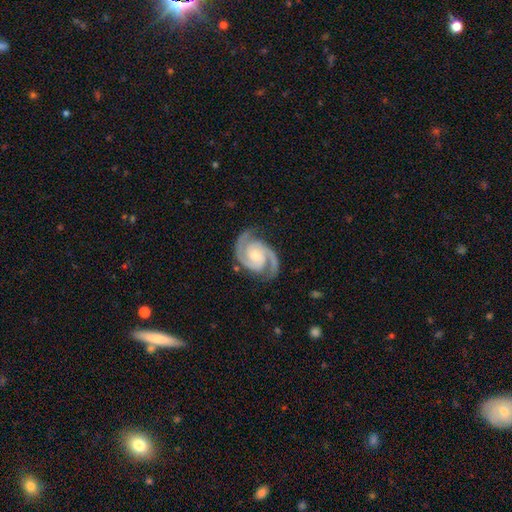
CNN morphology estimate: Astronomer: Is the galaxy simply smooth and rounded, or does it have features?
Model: featured or disk — 94%.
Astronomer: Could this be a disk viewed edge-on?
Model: no — 98%.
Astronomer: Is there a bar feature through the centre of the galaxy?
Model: no — 59%.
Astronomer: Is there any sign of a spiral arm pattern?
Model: yes — 99%.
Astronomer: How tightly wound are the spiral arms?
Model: medium — 52% (runner-up: tight, 41%).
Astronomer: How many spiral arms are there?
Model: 2 — 94%.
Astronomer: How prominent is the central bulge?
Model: small — 50% (runner-up: moderate, 43%).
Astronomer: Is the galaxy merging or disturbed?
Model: none — 82%.